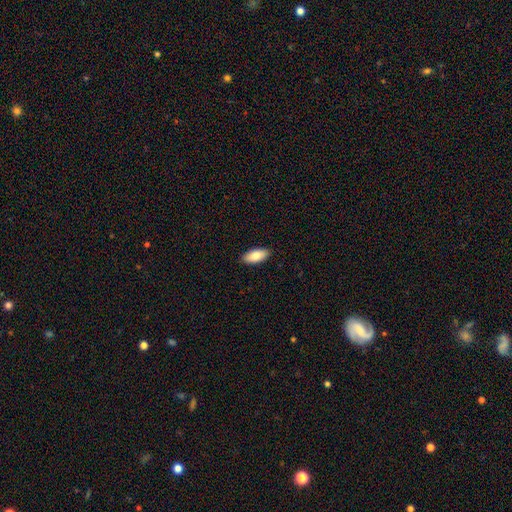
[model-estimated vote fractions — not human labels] Smooth or featured? Predicted: smooth (p=0.83). How rounded? Predicted: in between (p=0.90). Merging? Predicted: none (p=0.90).